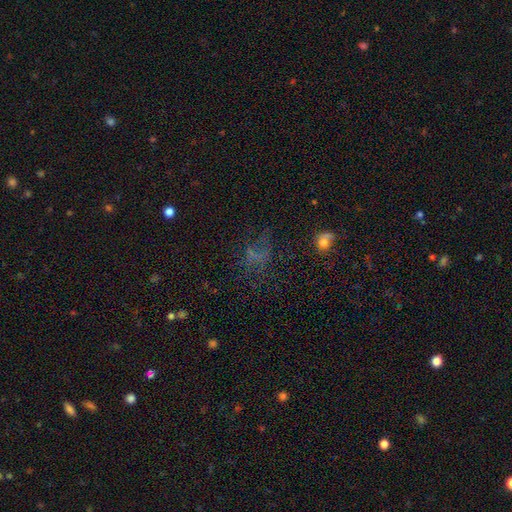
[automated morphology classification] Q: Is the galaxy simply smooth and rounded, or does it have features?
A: star or artifact — 38%.